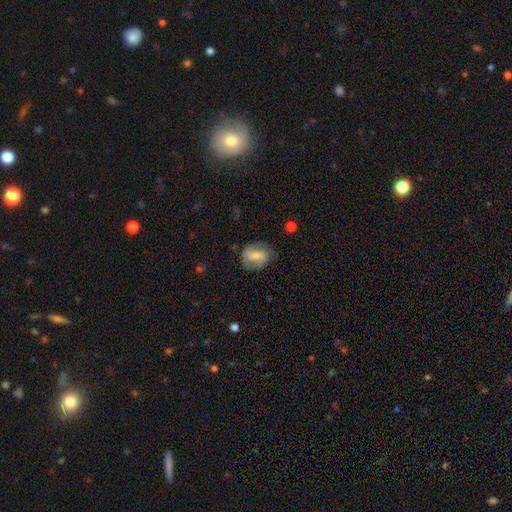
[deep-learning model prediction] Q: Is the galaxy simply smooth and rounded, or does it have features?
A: featured or disk — 49%.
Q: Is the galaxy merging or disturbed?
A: none — 73%.